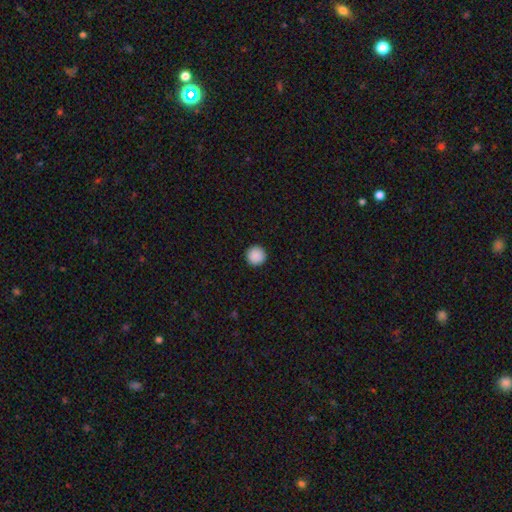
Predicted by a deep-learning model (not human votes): Smooth or featured: smooth — 90% (star or artifact — 8%)
How rounded: round — 97% (in between — 2%)
Merging: none — 94% (minor disturbance — 4%)